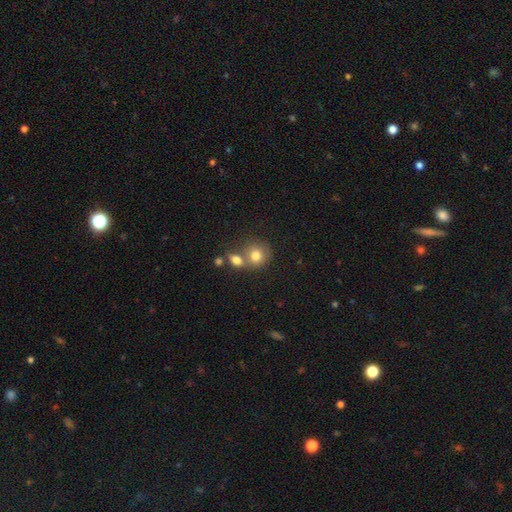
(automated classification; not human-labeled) A smooth galaxy with no disk features (78%) that is round (81%). Merging: none (46%).